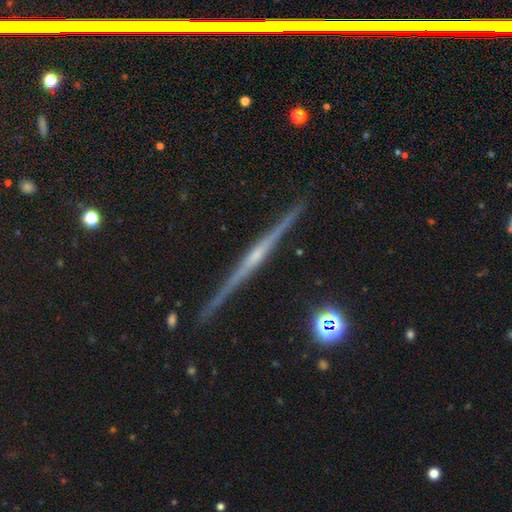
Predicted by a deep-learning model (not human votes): Overall: featured or disk (83%). Edge-on disk: yes (99%). Edge-on bulge: rounded (57%; none 33%). Merging: none (92%).